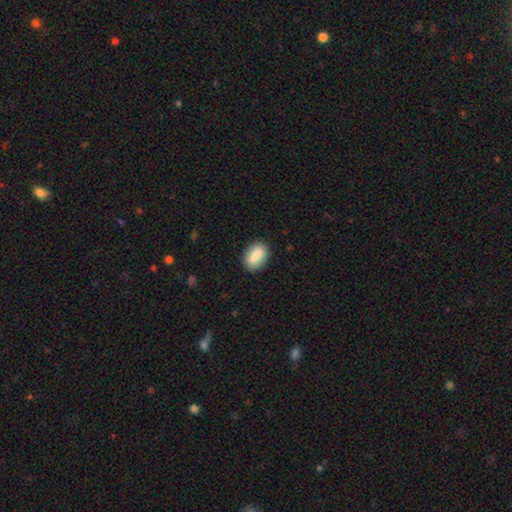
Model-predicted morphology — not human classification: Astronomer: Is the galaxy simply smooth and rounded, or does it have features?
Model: smooth — 82%.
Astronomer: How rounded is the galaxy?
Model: in between — 85%.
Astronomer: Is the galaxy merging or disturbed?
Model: none — 88%.